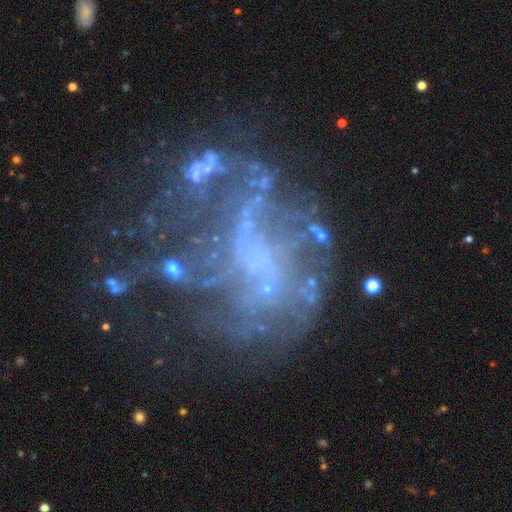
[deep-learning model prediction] featured or disk 69%, star or artifact 19%, smooth 12%. Down the decision tree: edge-on disk — no (98%); bar — no (76%); spiral arms — no (58%); bulge size — none (63%); merging — none (38%, tied with major disturbance).